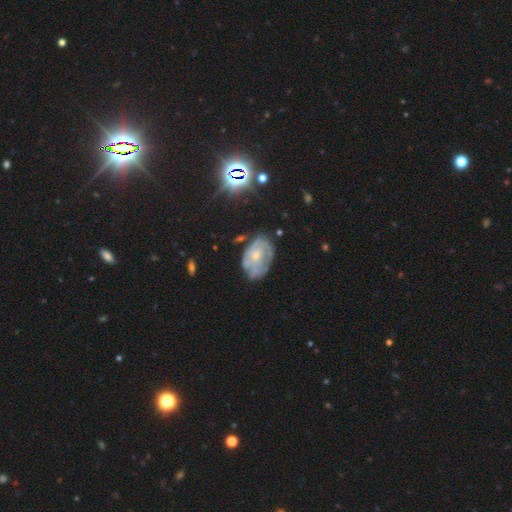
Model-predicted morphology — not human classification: Smooth or featured? featured or disk (69%)
Edge-on disk? no (96%)
Bar? no (82%)
Spiral arms? yes (66%)
Bulge size? small (63%)
Merging? none (58%)